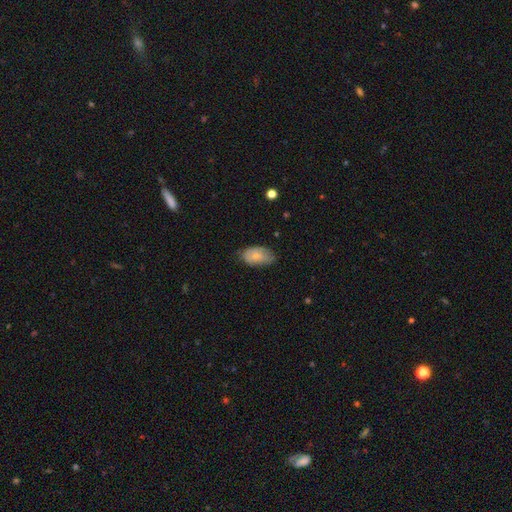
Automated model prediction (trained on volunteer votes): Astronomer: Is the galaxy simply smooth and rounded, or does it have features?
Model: smooth — 71%.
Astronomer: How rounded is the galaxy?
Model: in between — 93%.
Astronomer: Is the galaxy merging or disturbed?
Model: none — 62%.